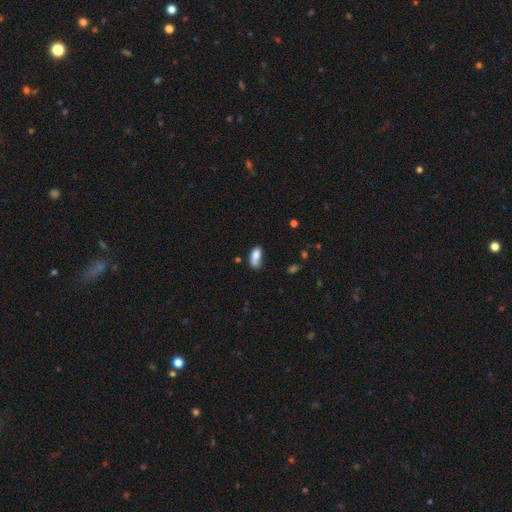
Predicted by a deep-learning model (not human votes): Morphology: type=smooth (83%); roundness=in between (85%); merging=none (51%).